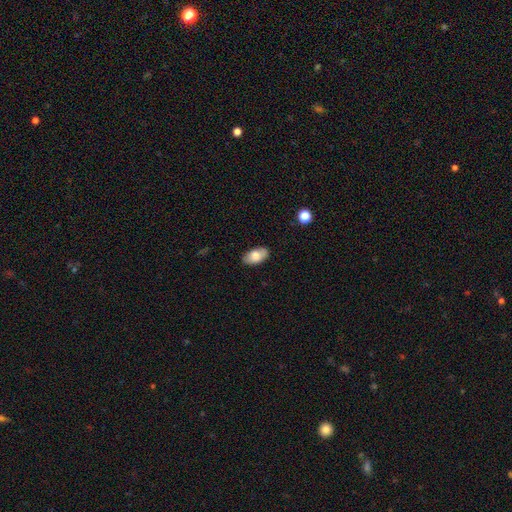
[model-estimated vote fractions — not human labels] Q: Smooth or featured?
A: smooth (77%); runner-up: featured or disk (16%)
Q: How rounded?
A: in between (94%); runner-up: round (4%)
Q: Merging?
A: none (84%); runner-up: minor disturbance (13%)